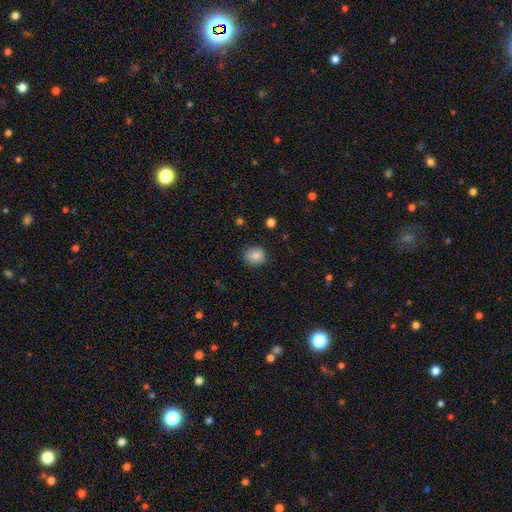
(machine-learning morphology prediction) Smooth or featured? Predicted: smooth (p=0.81). How rounded? Predicted: round (p=0.80). Merging? Predicted: none (p=0.84).